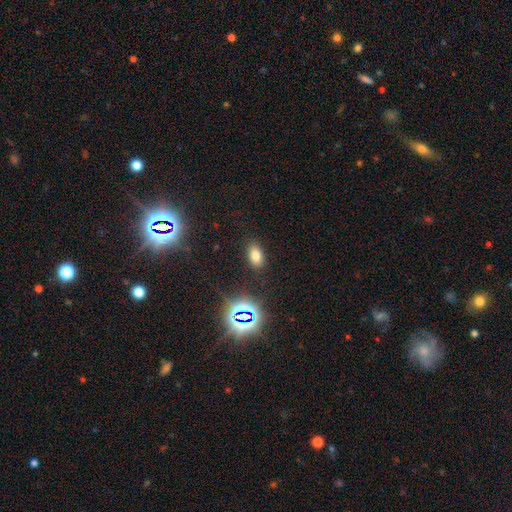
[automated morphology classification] smooth 72%, star or artifact 20%, featured or disk 8%. Down the decision tree: how rounded — in between (89%); merging — none (87%).